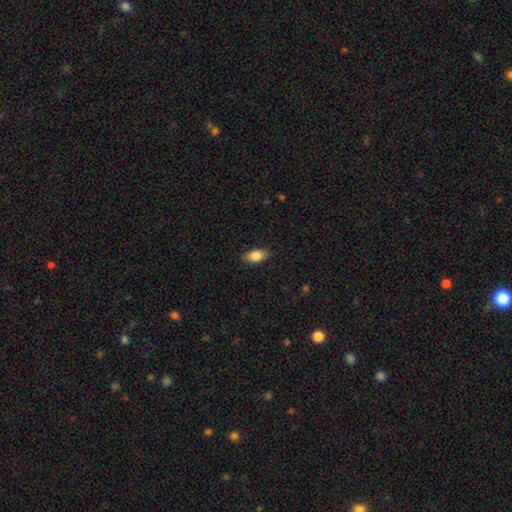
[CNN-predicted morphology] A smooth galaxy with no disk features (84%) that is in between round and cigar-shaped (88%). Merging: none (86%).